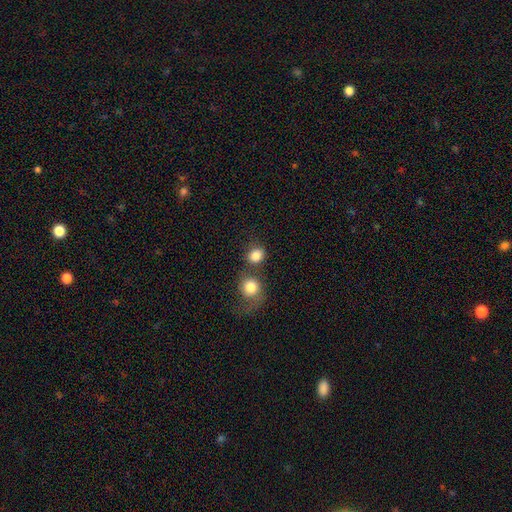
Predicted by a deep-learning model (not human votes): This appears to be a smooth galaxy with no disk features (84%) that is round (70%). Merging: none (53%).